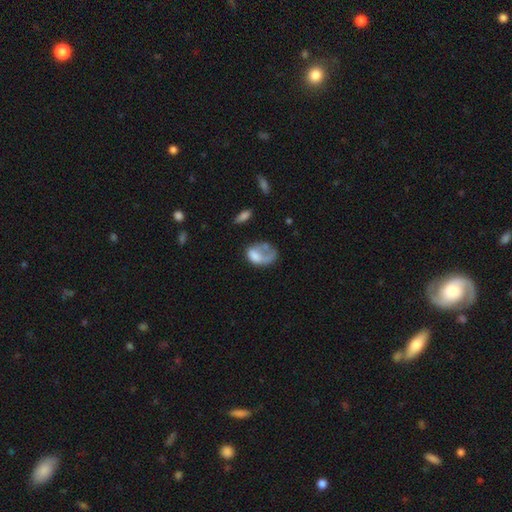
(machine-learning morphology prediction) smooth 57%, featured or disk 35%, star or artifact 9%. Down the decision tree: how rounded — in between (77%); merging — major disturbance (47%).